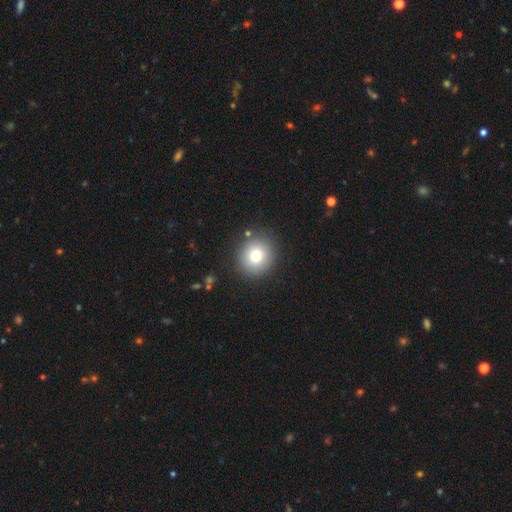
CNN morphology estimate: Q: Smooth or featured?
A: smooth (78%); runner-up: star or artifact (11%)
Q: How rounded?
A: round (88%); runner-up: in between (11%)
Q: Merging?
A: none (87%); runner-up: minor disturbance (8%)